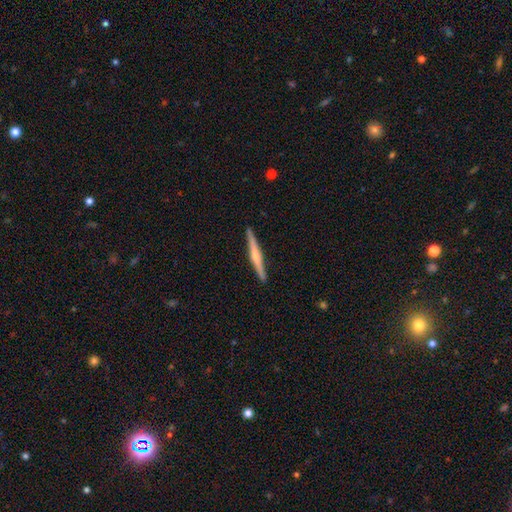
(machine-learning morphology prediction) This is likely a featured or disk galaxy (61%). It is clearly viewed edge-on (98%). Edge-on bulge: likely rounded (65%). Merging: clearly none (92%).